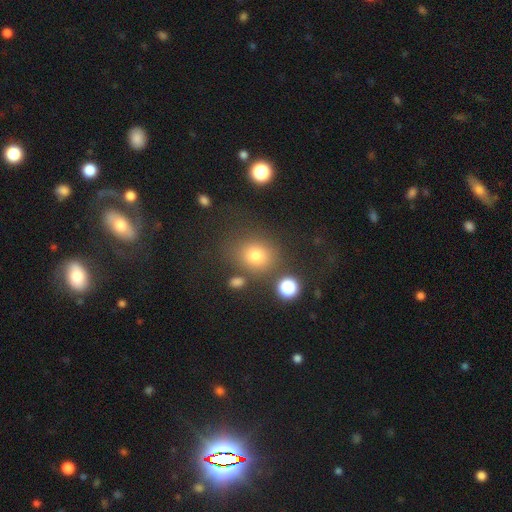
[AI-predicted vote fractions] Q: Smooth or featured?
A: smooth (74%); runner-up: star or artifact (17%)
Q: How rounded?
A: round (76%); runner-up: in between (22%)
Q: Merging?
A: none (73%); runner-up: minor disturbance (13%)